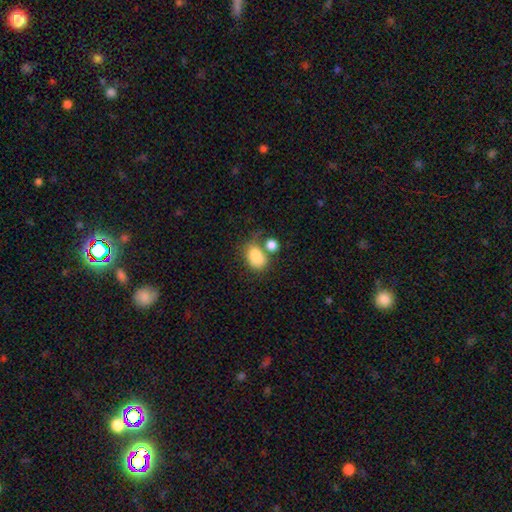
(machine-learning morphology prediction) Q: Smooth or featured?
A: smooth (81%); runner-up: featured or disk (11%)
Q: How rounded?
A: in between (72%); runner-up: round (26%)
Q: Merging?
A: merger (38%); runner-up: none (37%)